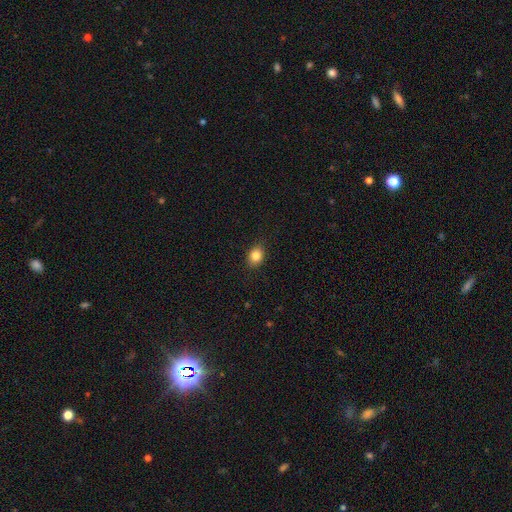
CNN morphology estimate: A smooth galaxy with no disk features (83%) that is in between round and cigar-shaped (52%).

Vote fractions:
- Smooth or featured? smooth: 83% / star or artifact: 10% / featured or disk: 7%
- How rounded? in between: 52% / round: 47% / cigar-shaped: 1%
- Merging? none: 87% / minor disturbance: 10% / major disturbance: 2% / merger: 1%